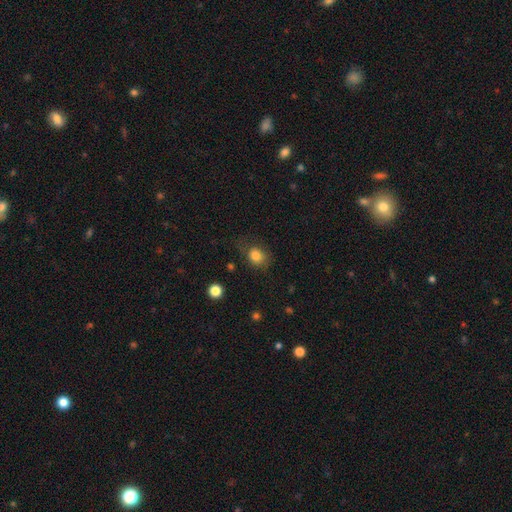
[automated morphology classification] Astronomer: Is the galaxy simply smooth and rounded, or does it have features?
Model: smooth — 82%.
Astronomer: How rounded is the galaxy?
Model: round — 58% (runner-up: in between, 41%).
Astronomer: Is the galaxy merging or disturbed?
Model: none — 61%.